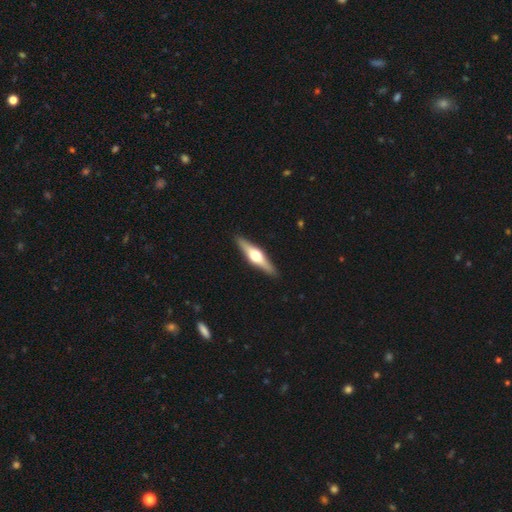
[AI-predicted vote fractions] featured or disk 70%, smooth 25%, star or artifact 5%. Down the decision tree: edge-on disk — yes (97%); edge-on bulge — rounded (95%); merging — none (91%).